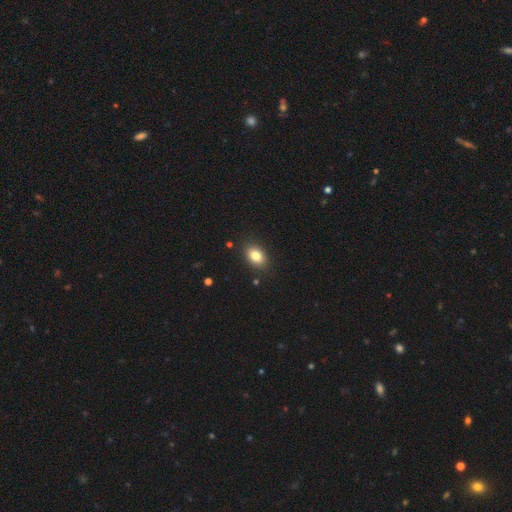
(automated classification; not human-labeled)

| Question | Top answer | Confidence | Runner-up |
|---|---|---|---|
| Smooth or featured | smooth | 83% | star or artifact (9%) |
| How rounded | in between | 80% | round (18%) |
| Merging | none | 87% | minor disturbance (9%) |